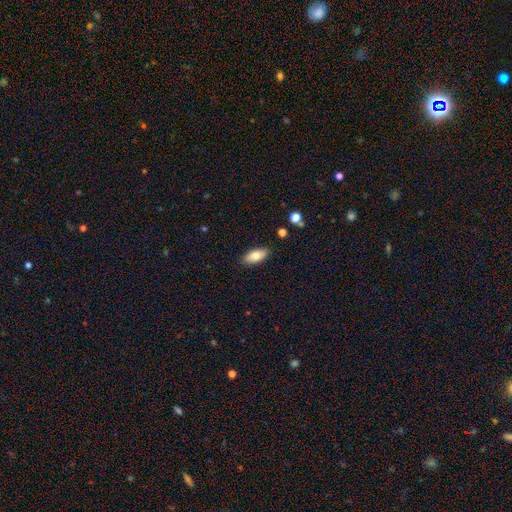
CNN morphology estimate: Smooth or featured?
  - smooth: 80% *
  - featured or disk: 13%
  - star or artifact: 7%
How rounded?
  - in between: 86% *
  - cigar-shaped: 12%
  - round: 2%
Merging?
  - none: 87% *
  - minor disturbance: 9%
  - major disturbance: 2%
  - merger: 1%